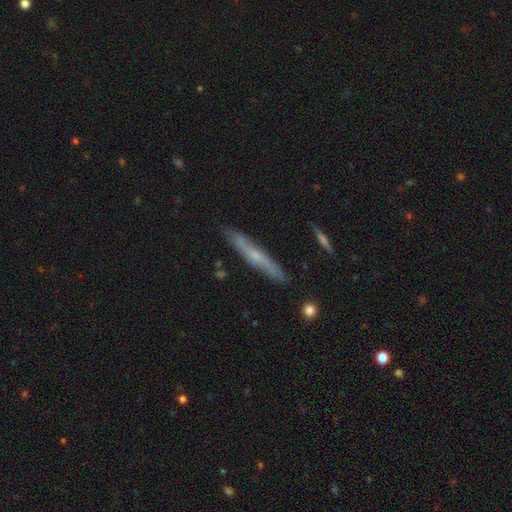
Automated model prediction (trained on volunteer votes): The model was most divided on "smooth or featured": featured or disk: 57%, smooth: 36%, star or artifact: 7%. More confident: merging — none (83%); edge-on disk — yes (83%).